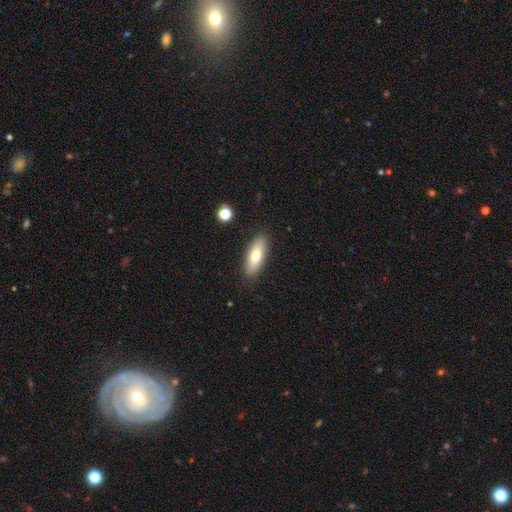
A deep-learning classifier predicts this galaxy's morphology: Smooth or featured: smooth — 73% (featured or disk — 20%)
How rounded: in between — 70% (cigar-shaped — 28%)
Merging: none — 87% (minor disturbance — 9%)